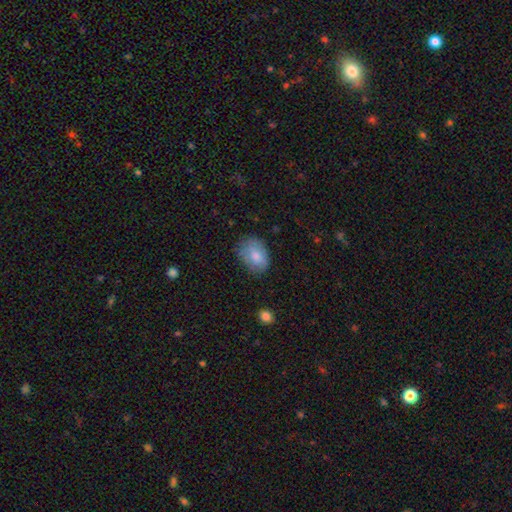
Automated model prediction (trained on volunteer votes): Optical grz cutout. It shows a smooth galaxy with no disk features (75%) that is in between round and cigar-shaped (79%). Merging: none (67%).